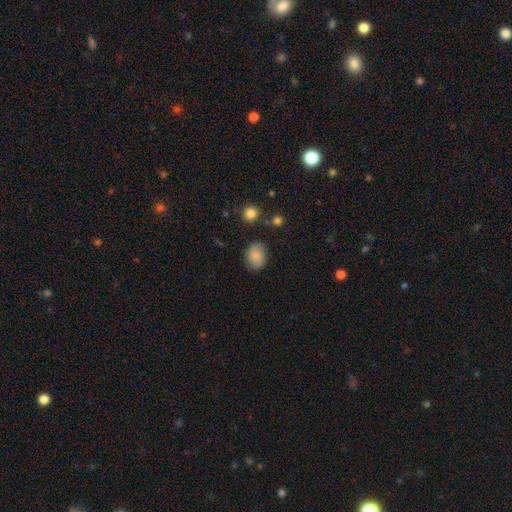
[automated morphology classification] A smooth galaxy with no disk features (84%) that is in between round and cigar-shaped (62%). Merging: none (76%).